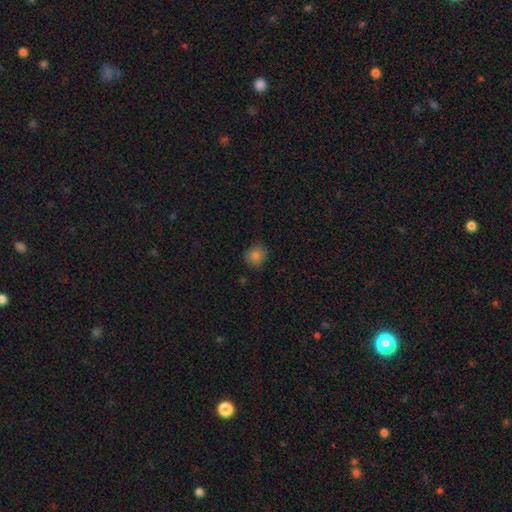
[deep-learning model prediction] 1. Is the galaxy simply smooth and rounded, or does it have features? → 80% smooth, 12% star or artifact, 8% featured or disk.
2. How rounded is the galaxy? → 85% round, 14% in between, 1% cigar-shaped.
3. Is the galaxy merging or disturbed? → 84% none, 12% minor disturbance, 2% major disturbance, 1% merger.